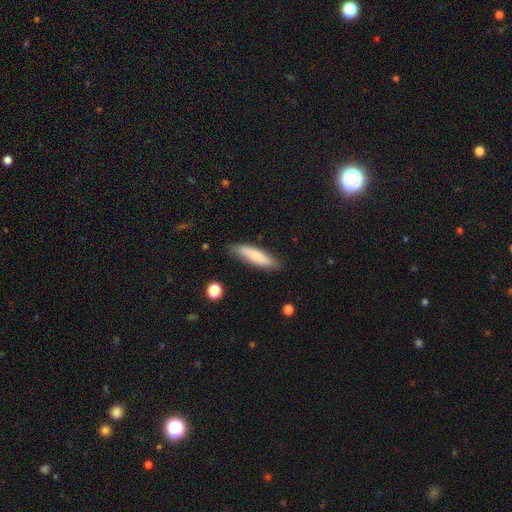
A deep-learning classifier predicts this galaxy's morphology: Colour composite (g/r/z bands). It shows a smooth galaxy with no disk features (74%) that is cigar-shaped (72%). Merging: none (81%).